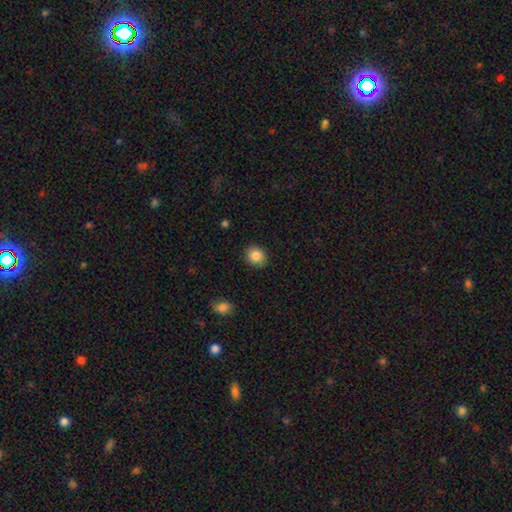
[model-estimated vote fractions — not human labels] Smooth or featured: smooth — 85% (star or artifact — 9%)
How rounded: round — 67% (in between — 32%)
Merging: none — 89% (minor disturbance — 8%)